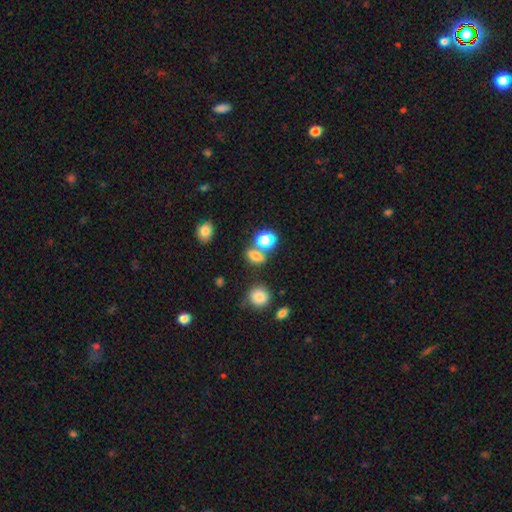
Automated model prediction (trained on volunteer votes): Smooth or featured: smooth — 71% (star or artifact — 19%)
How rounded: in between — 61% (round — 32%)
Merging: none — 62% (merger — 22%)